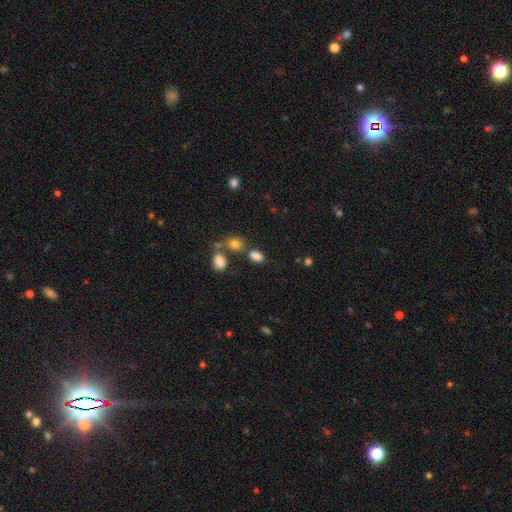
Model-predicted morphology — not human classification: Smooth or featured: smooth — 82% (star or artifact — 12%)
How rounded: in between — 79% (round — 19%)
Merging: none — 62% (merger — 17%)